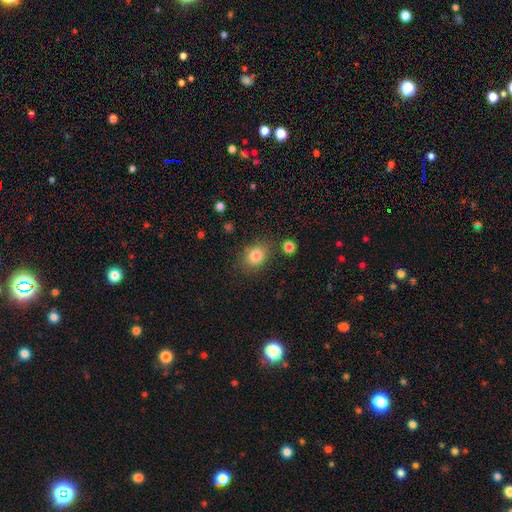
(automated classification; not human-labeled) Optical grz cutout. It shows a smooth galaxy with no disk features (83%) that is in between round and cigar-shaped (59%). Merging: none (75%).